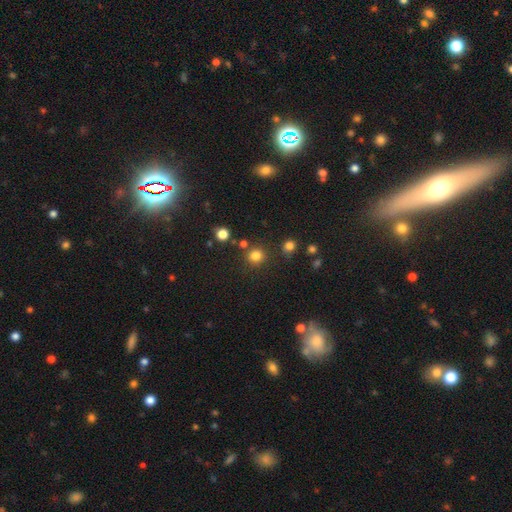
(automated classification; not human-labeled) Overall: smooth (80%). How rounded: round (90%). Merging: none (82%).